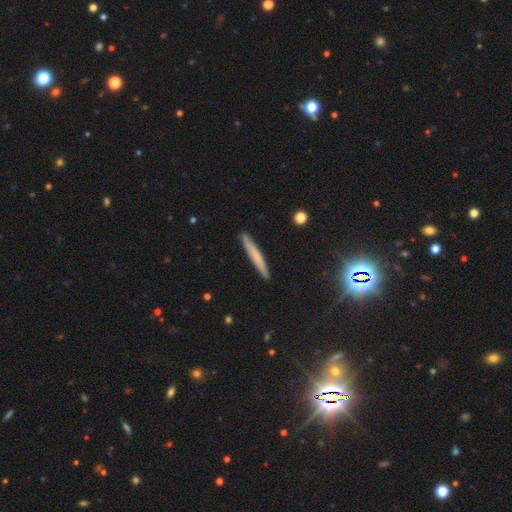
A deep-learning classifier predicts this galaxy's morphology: smooth 59%, featured or disk 32%, star or artifact 9%. Down the decision tree: how rounded — cigar-shaped (96%); merging — none (90%).